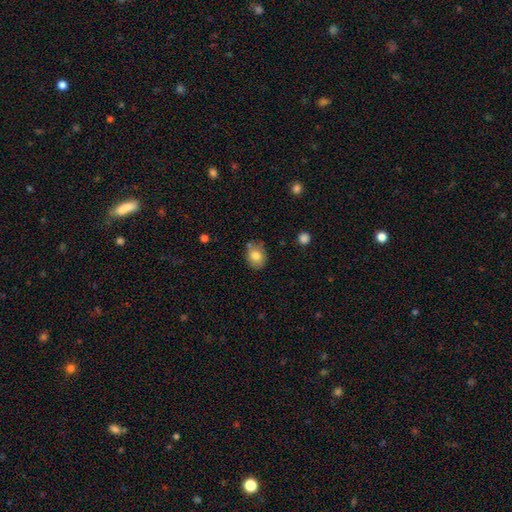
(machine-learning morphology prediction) type=smooth (79%); roundness=round (51%); merging=none (73%).